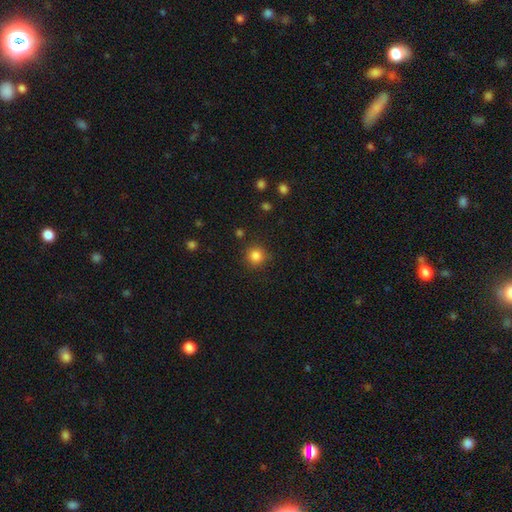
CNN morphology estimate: A smooth galaxy with no disk features (84%) that is round (93%). Merging: none (87%).